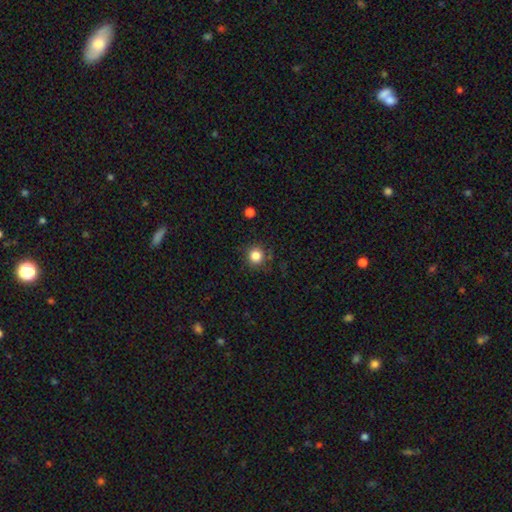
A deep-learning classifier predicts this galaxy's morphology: smooth_or_featured: smooth (p=0.84) [alt: star or artifact p=0.12]
how_rounded: round (p=0.93) [alt: in between p=0.06]
merging: none (p=0.86) [alt: minor disturbance p=0.09]